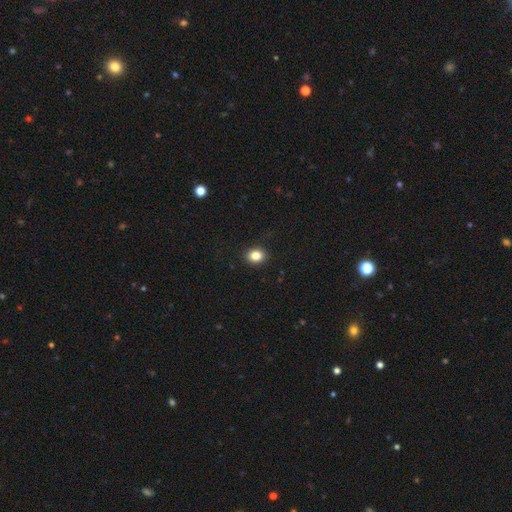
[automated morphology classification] The model was most divided on "how rounded": round: 50%, in between: 49%, cigar-shaped: 1%. More confident: merging — none (90%); smooth or featured — smooth (85%).